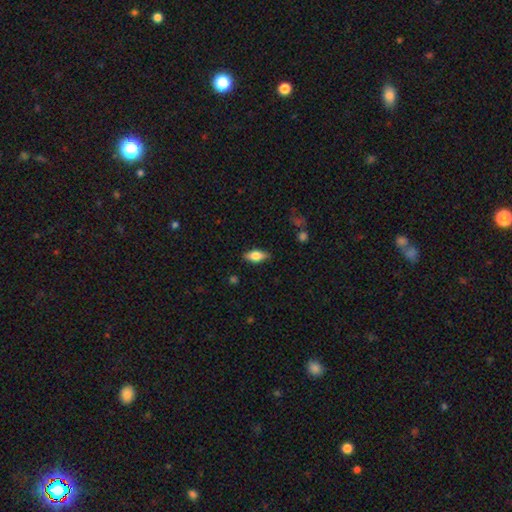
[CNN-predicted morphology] type=smooth (71%); roundness=in between (84%); merging=none (85%).